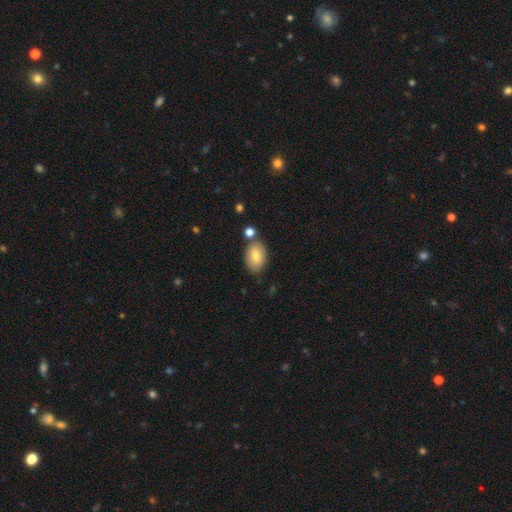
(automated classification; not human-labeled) Morphology: type=smooth (80%); roundness=in between (88%); merging=none (75%).